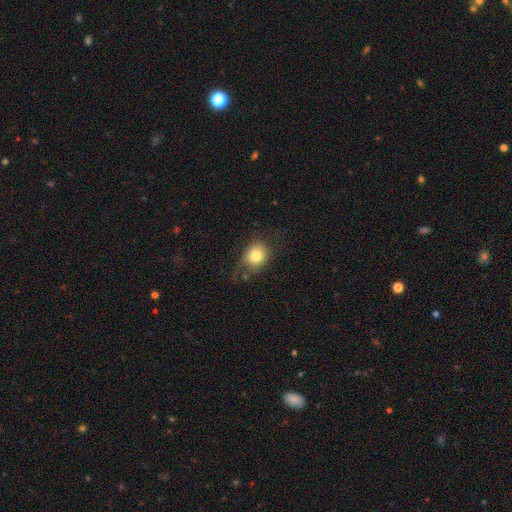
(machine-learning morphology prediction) smooth_or_featured: smooth (p=0.78) [alt: featured or disk p=0.12]
how_rounded: round (p=0.67) [alt: in between p=0.32]
merging: none (p=0.57) [alt: minor disturbance p=0.27]